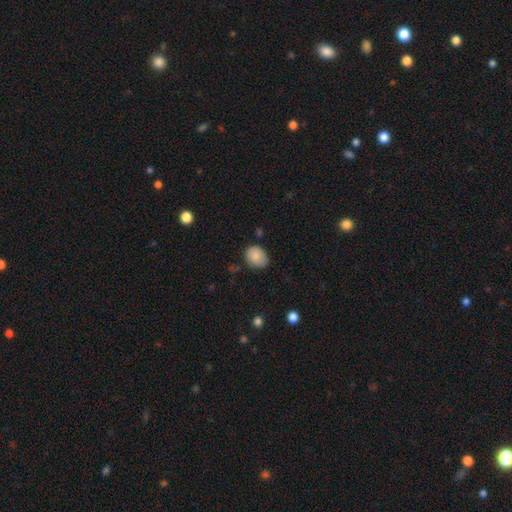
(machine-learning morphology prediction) A smooth galaxy with no disk features (85%) that is in between round and cigar-shaped (52%). Merging: none (72%).